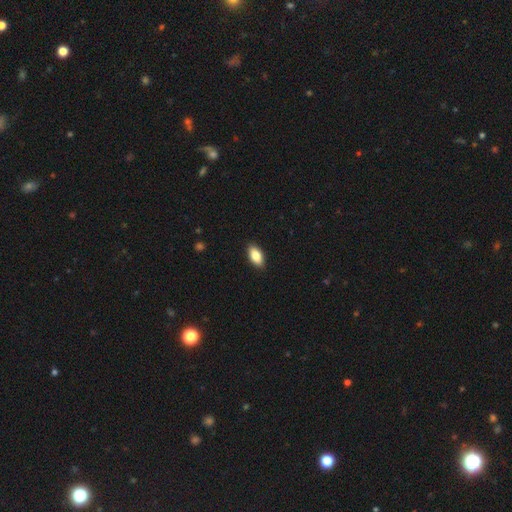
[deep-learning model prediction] A smooth galaxy with no disk features (84%) that is in between round and cigar-shaped (92%). Merging: none (89%).